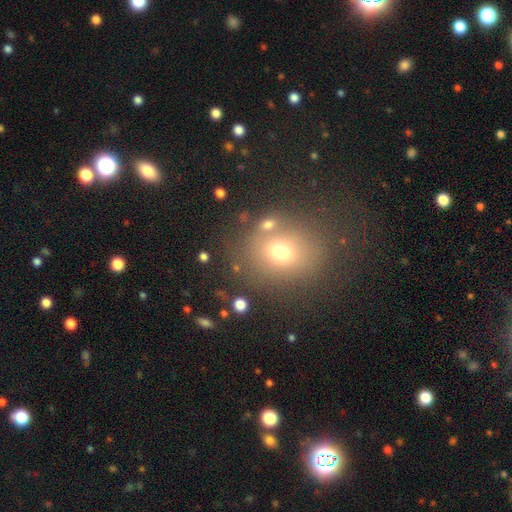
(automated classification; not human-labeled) Morphology: type=smooth (58%); roundness=round (64%); merging=none (77%).